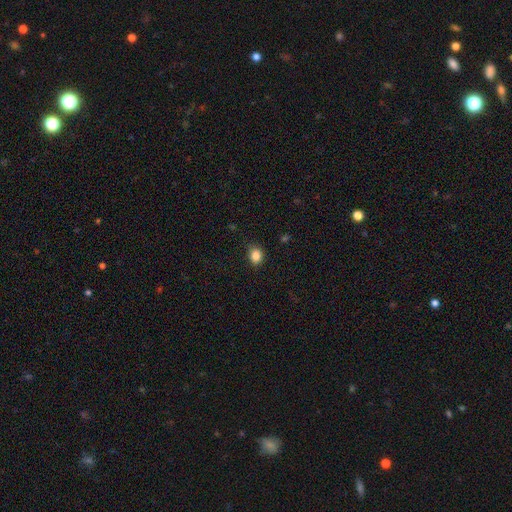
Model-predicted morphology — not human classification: A smooth galaxy with no disk features (85%) that is round (56%).

Vote fractions:
- Smooth or featured? smooth: 85% / star or artifact: 10% / featured or disk: 4%
- How rounded? round: 56% / in between: 43% / cigar-shaped: 1%
- Merging? none: 84% / minor disturbance: 13% / major disturbance: 3% / merger: 1%